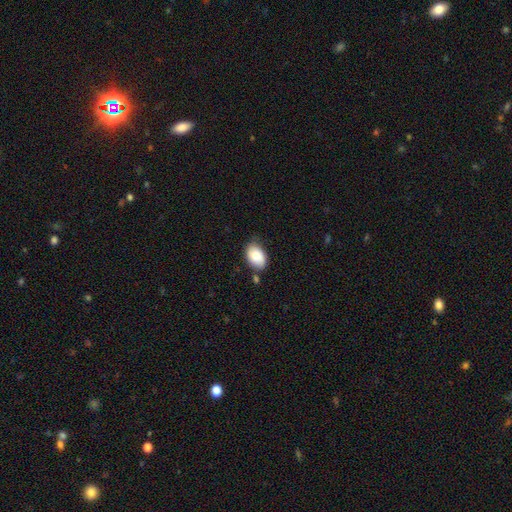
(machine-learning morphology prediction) smooth-or-featured: smooth: 81% | featured or disk: 12% | star or artifact: 7%
  how-rounded: in between: 87% | round: 12% | cigar-shaped: 1%
  merging: none: 69% | minor disturbance: 22% | merger: 6% | major disturbance: 4%